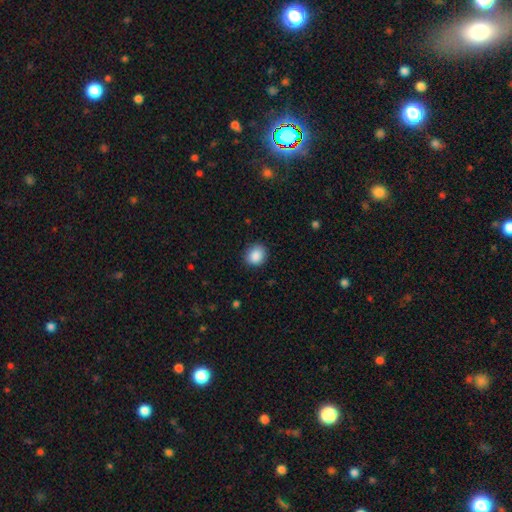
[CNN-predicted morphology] Overall: smooth (88%). How rounded: round (73%). Merging: none (86%).